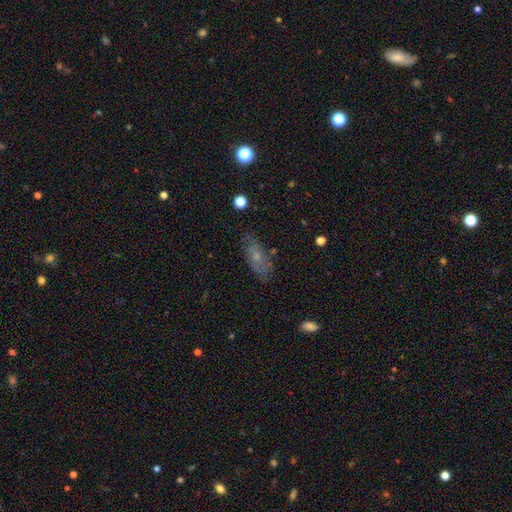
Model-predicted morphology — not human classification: Overall: smooth (45%; featured or disk 42%). Merging: none (73%).